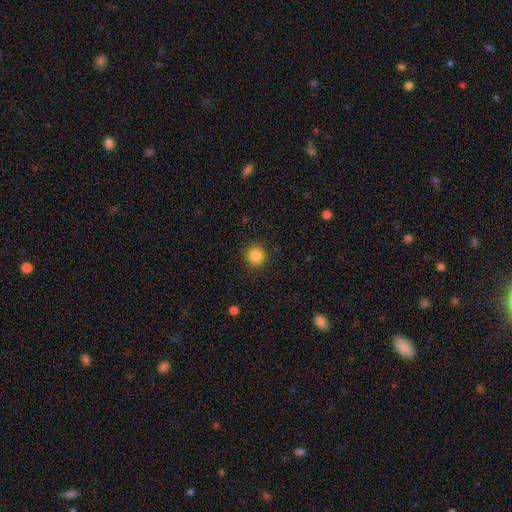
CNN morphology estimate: Smooth or featured?
  - smooth: 86% *
  - star or artifact: 10%
  - featured or disk: 4%
How rounded?
  - round: 94% *
  - in between: 5%
  - cigar-shaped: 1%
Merging?
  - none: 91% *
  - minor disturbance: 6%
  - major disturbance: 2%
  - merger: 1%